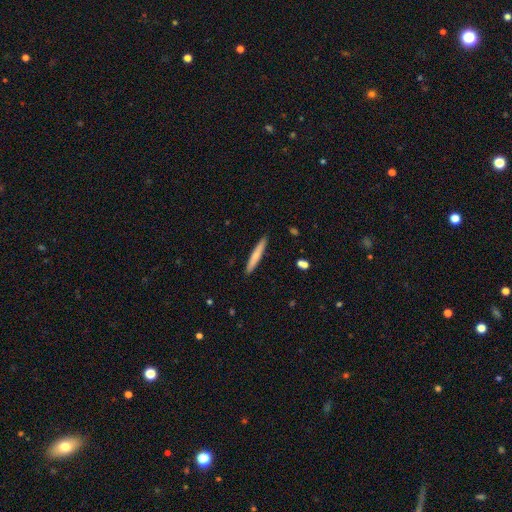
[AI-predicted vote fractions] Morphology: type=smooth (66%); roundness=cigar-shaped (95%); merging=none (91%).